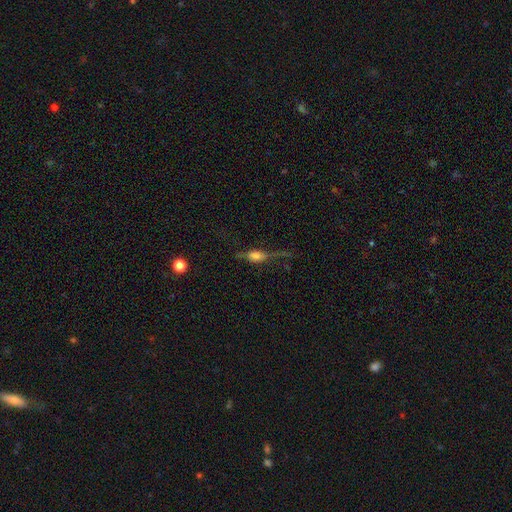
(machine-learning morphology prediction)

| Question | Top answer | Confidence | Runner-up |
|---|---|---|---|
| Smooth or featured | featured or disk | 57% | smooth (32%) |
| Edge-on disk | yes | 84% | no (16%) |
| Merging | none | 53% | minor disturbance (22%) |